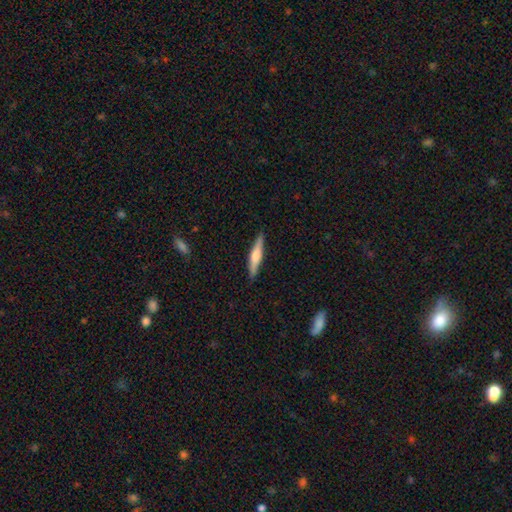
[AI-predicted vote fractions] Smooth or featured? featured or disk (47%, tied with smooth)
Merging? none (89%)